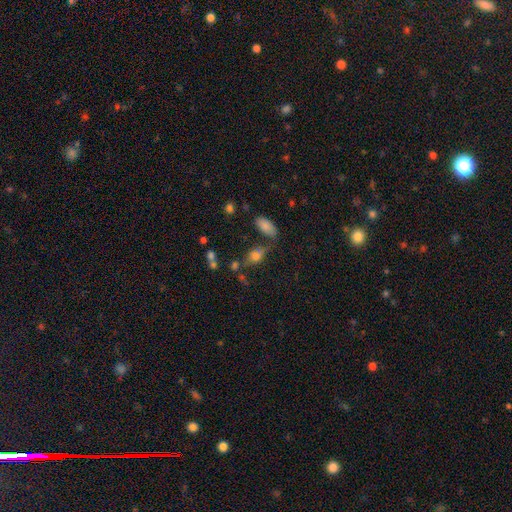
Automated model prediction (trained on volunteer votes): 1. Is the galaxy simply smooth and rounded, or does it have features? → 68% smooth, 18% featured or disk, 13% star or artifact.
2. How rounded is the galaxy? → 76% in between, 17% round, 6% cigar-shaped.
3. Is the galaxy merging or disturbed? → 56% none, 19% minor disturbance, 16% merger, 9% major disturbance.